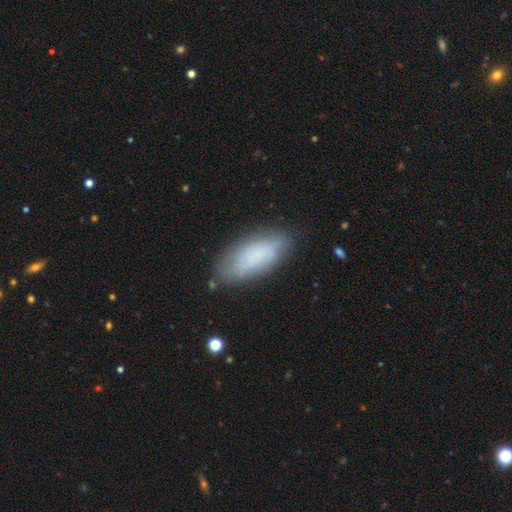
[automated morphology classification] Smooth or featured? smooth (73%)
How rounded? in between (81%)
Merging? none (73%)